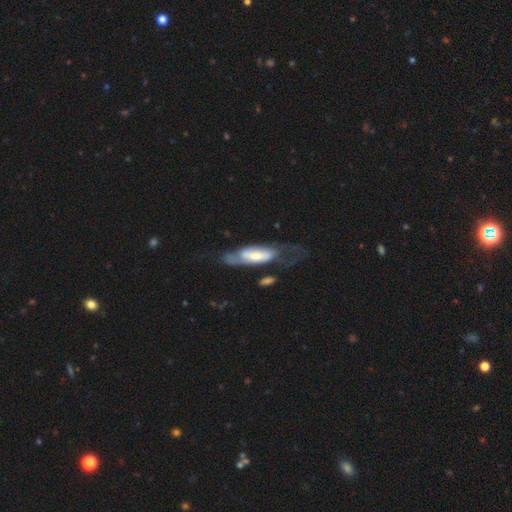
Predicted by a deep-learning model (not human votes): Q: Smooth or featured?
A: featured or disk (55%); runner-up: smooth (39%)
Q: Edge-on disk?
A: no (75%); runner-up: yes (25%)
Q: Merging?
A: major disturbance (41%); runner-up: none (31%)